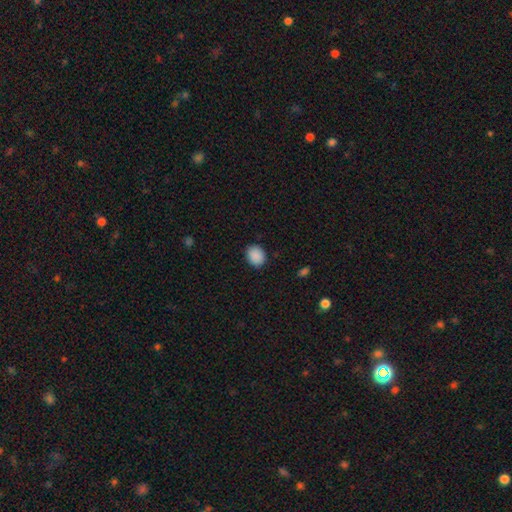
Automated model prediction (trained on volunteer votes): Smooth or featured? smooth (90%)
How rounded? round (54%)
Merging? none (88%)